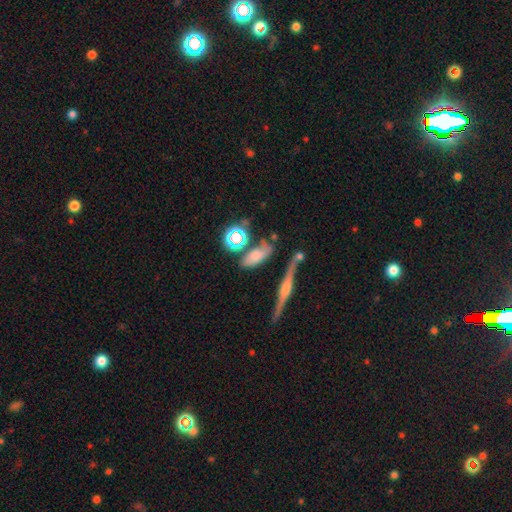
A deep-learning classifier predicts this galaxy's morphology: A smooth galaxy with no disk features (56%) that is in between round and cigar-shaped (75%).

Vote fractions:
- Smooth or featured? smooth: 56% / featured or disk: 28% / star or artifact: 16%
- How rounded? in between: 75% / cigar-shaped: 16% / round: 9%
- Merging? none: 57% / minor disturbance: 21% / merger: 12% / major disturbance: 10%